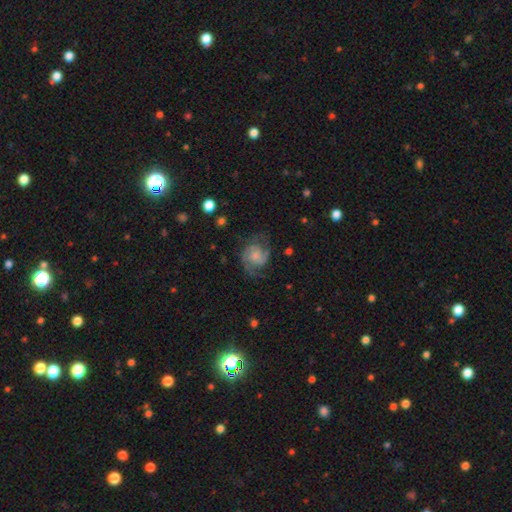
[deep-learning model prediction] A featured or disk galaxy (87%) with no bar (60%), 2 (87%) medium (51%) spiral arms (98%) and a small central bulge (34%).

Vote fractions:
- Smooth or featured? featured or disk: 87% / smooth: 8% / star or artifact: 6%
- Edge-on disk? no: 98% / yes: 2%
- Bar? no: 60% / weak: 34% / strong: 6%
- Spiral arms? yes: 98% / no: 2%
- Spiral winding? medium: 51% / tight: 36% / loose: 13%
- Spiral arm count? 2: 87% / 3: 4% / can't tell: 4% / 1: 2% / 4: 1% / more than 4: 1%
- Bulge size? small: 34% / none: 28% / moderate: 27% / large: 9% / dominant: 2%
- Merging? none: 74% / minor disturbance: 16% / major disturbance: 8% / merger: 1%